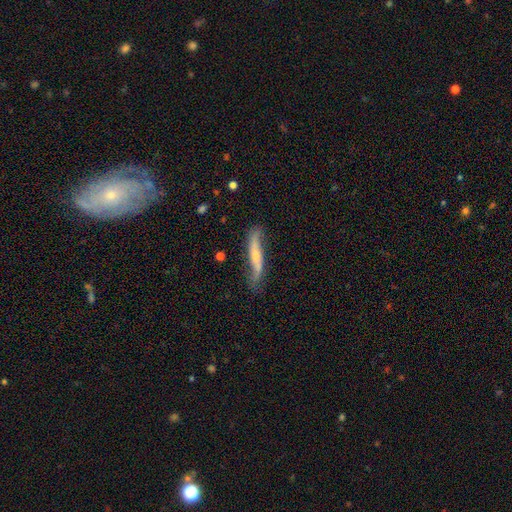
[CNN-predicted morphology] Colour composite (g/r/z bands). It shows a featured or disk galaxy (65%) viewed edge-on (54%). Merging: none (68%).